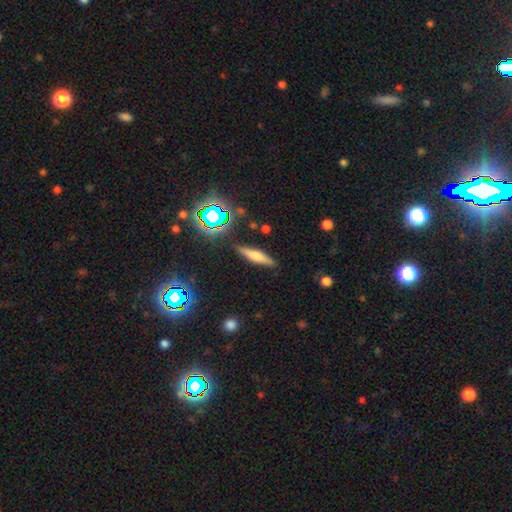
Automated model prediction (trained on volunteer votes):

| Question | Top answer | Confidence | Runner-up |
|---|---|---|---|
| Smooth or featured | smooth | 53% | featured or disk (34%) |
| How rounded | cigar-shaped | 76% | in between (21%) |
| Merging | none | 84% | minor disturbance (10%) |